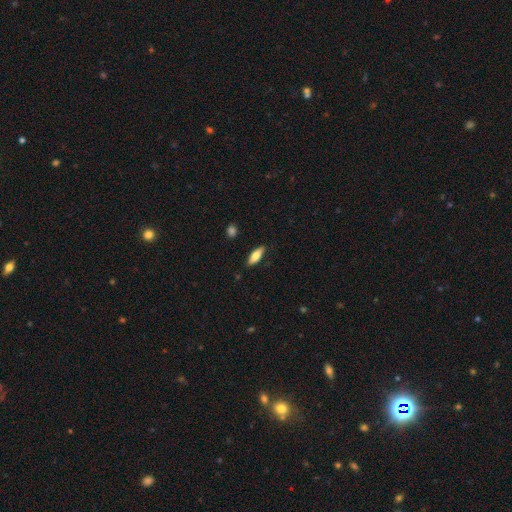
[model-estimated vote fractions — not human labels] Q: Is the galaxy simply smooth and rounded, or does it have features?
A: smooth — 74%.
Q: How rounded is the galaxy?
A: in between — 62%.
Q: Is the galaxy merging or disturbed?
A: none — 86%.